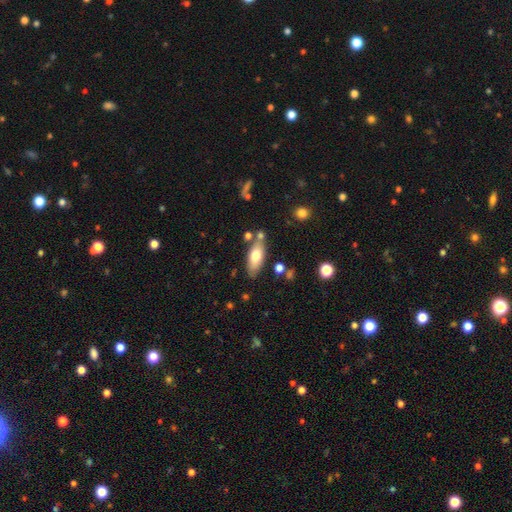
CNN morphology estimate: Smooth or featured? Predicted: smooth (p=0.70). How rounded? Predicted: in between (p=0.78). Merging? Predicted: none (p=0.71).